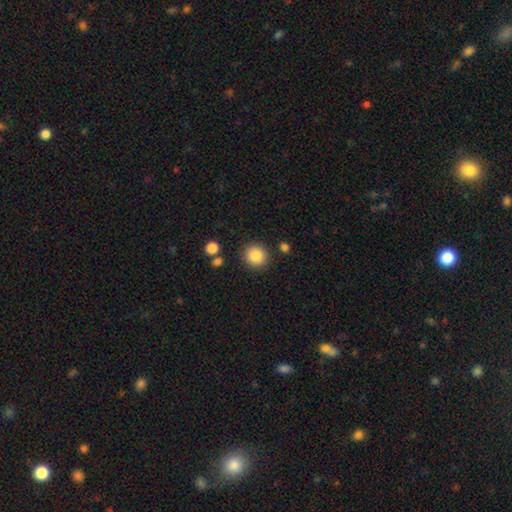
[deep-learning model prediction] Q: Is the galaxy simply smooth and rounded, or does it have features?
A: smooth — 87%.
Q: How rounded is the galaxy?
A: round — 92%.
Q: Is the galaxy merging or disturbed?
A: none — 87%.